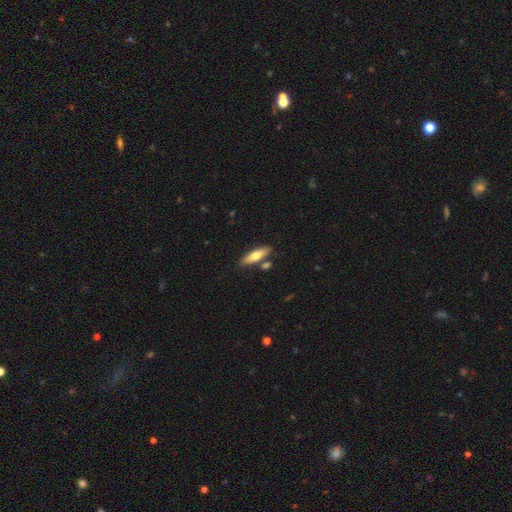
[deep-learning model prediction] Morphology: type=smooth (64%); roundness=cigar-shaped (59%); merging=none (77%).